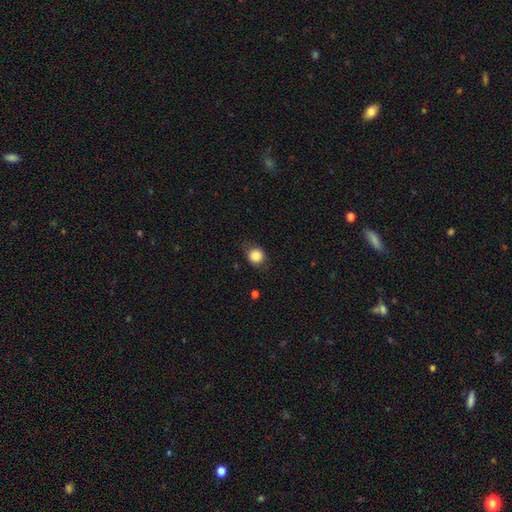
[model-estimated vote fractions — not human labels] smooth-or-featured: smooth: 86% | star or artifact: 9% | featured or disk: 5%
  how-rounded: round: 85% | in between: 14% | cigar-shaped: 1%
  merging: none: 77% | minor disturbance: 17% | major disturbance: 5% | merger: 1%